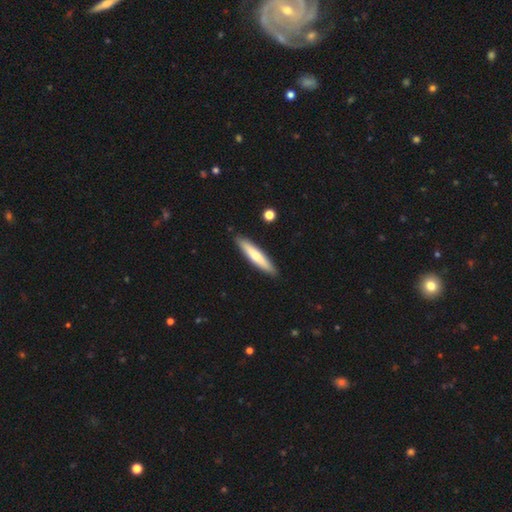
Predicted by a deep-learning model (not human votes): A smooth galaxy with no disk features (58%) that is cigar-shaped (88%).

Vote fractions:
- Smooth or featured? smooth: 58% / featured or disk: 36% / star or artifact: 5%
- How rounded? cigar-shaped: 88% / in between: 11% / round: 1%
- Merging? none: 89% / minor disturbance: 8% / merger: 2% / major disturbance: 1%